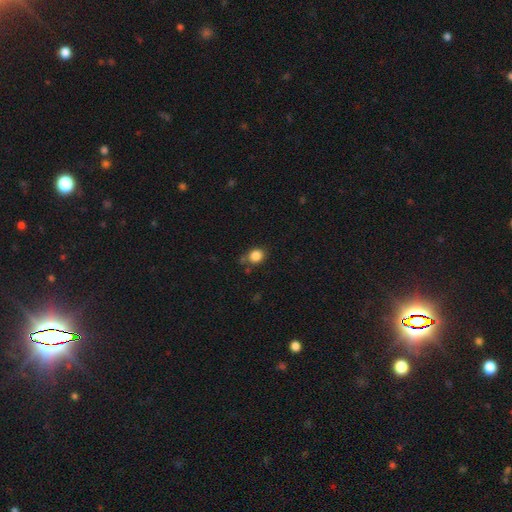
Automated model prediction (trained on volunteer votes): This appears to be a smooth galaxy with no disk features (85%) that is round (68%). Merging: none (70%).